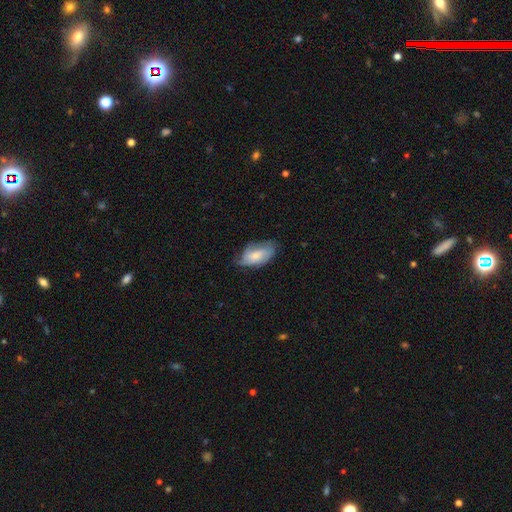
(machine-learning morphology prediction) type=smooth (60%); roundness=in between (91%); merging=none (53%).